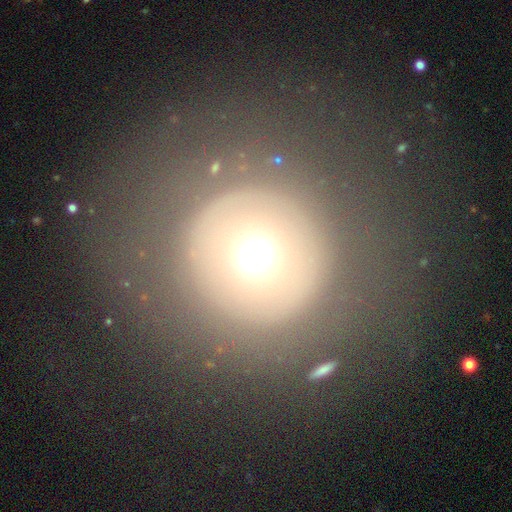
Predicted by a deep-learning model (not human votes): smooth-or-featured: smooth: 55% | featured or disk: 28% | star or artifact: 17%
  how-rounded: round: 93% | in between: 6% | cigar-shaped: 1%
  merging: none: 76% | major disturbance: 12% | minor disturbance: 10% | merger: 2%